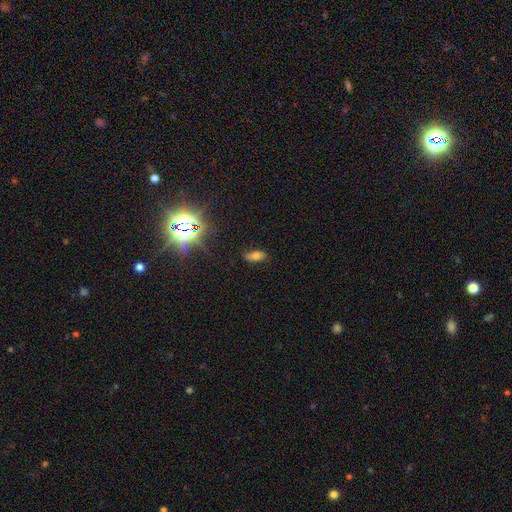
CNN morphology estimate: smooth_or_featured: smooth (p=0.60) [alt: star or artifact p=0.23]
how_rounded: in between (p=0.89) [alt: cigar-shaped p=0.07]
merging: none (p=0.77) [alt: minor disturbance p=0.17]